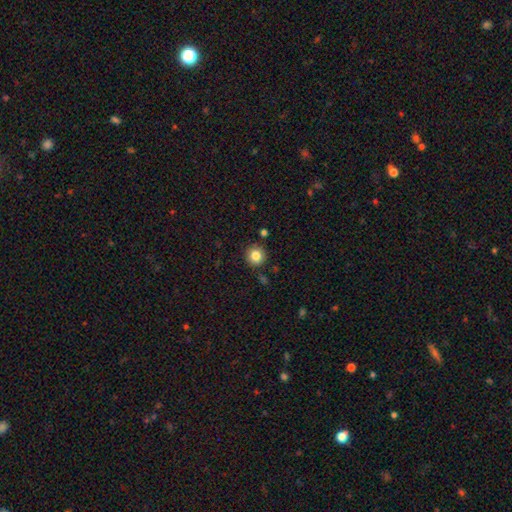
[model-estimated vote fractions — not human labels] smooth-or-featured: smooth: 83% | star or artifact: 11% | featured or disk: 6%
  how-rounded: round: 94% | in between: 5% | cigar-shaped: 1%
  merging: none: 88% | minor disturbance: 7% | merger: 3% | major disturbance: 2%